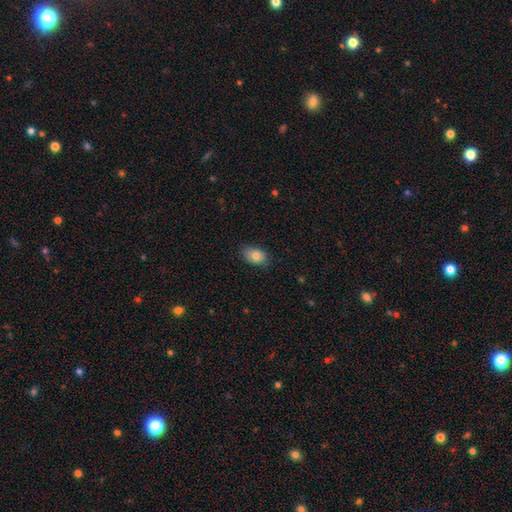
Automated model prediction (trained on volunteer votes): smooth-or-featured: smooth: 77% | featured or disk: 15% | star or artifact: 8%
  how-rounded: in between: 83% | round: 16% | cigar-shaped: 1%
  merging: none: 76% | minor disturbance: 20% | major disturbance: 3% | merger: 1%